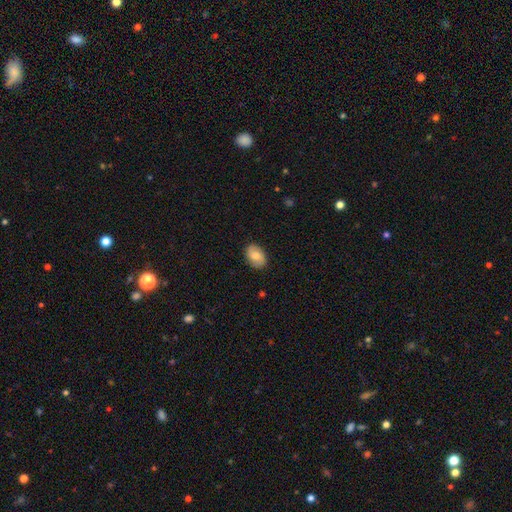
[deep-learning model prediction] Smooth or featured? smooth (68%)
How rounded? in between (82%)
Merging? none (86%)